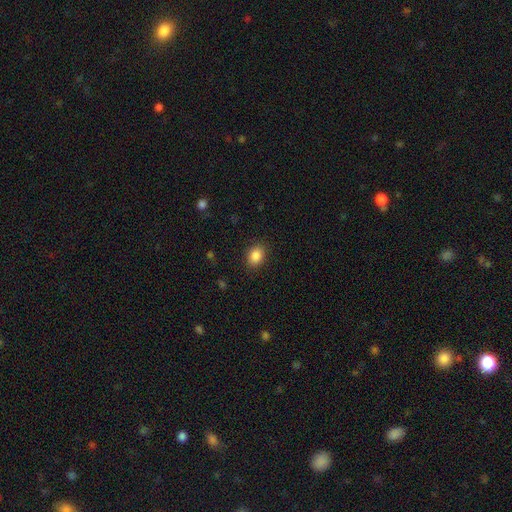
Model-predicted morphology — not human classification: smooth 87%, star or artifact 9%, featured or disk 4%. Down the decision tree: how rounded — in between (60%); merging — none (88%).